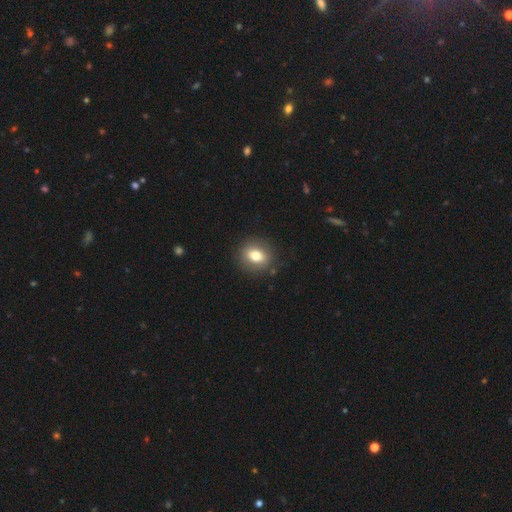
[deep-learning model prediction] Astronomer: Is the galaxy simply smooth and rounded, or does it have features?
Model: smooth — 75%.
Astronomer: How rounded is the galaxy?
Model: round — 62%.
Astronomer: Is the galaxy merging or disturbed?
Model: none — 87%.